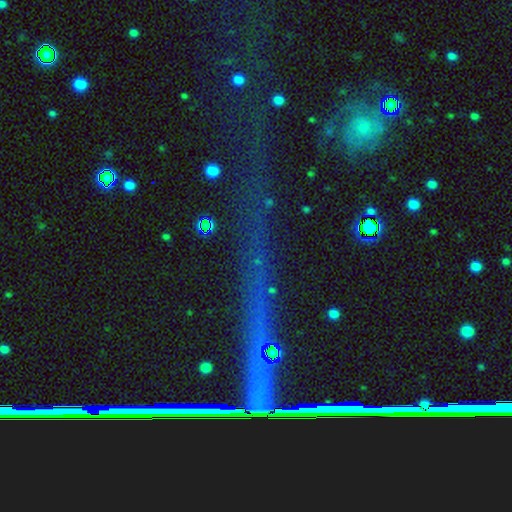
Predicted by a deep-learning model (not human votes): A star or artifact, not a galaxy (66%).

Vote fractions:
- Smooth or featured? star or artifact: 66% / featured or disk: 20% / smooth: 14%